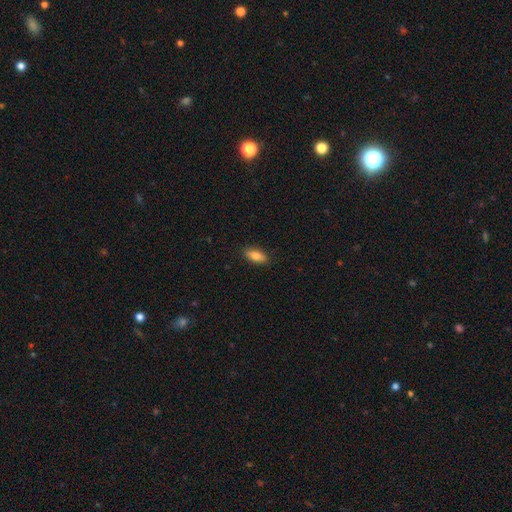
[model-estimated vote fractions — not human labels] smooth-or-featured: smooth: 83% | featured or disk: 10% | star or artifact: 7%
  how-rounded: in between: 83% | cigar-shaped: 14% | round: 3%
  merging: none: 88% | minor disturbance: 9% | major disturbance: 2% | merger: 1%